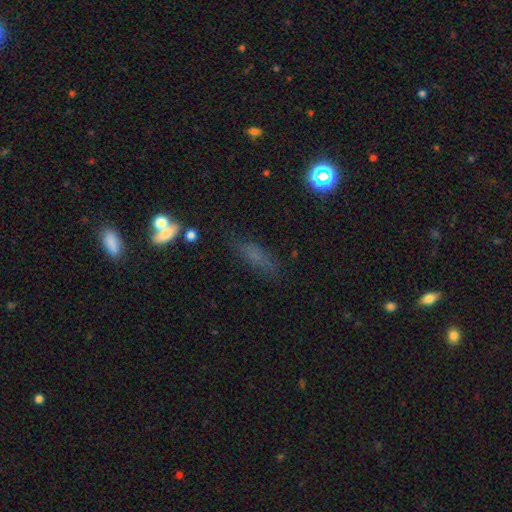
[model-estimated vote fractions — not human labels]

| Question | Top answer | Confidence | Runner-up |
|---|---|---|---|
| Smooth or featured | smooth | 59% | star or artifact (21%) |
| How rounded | cigar-shaped | 53% | in between (41%) |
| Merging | none | 71% | minor disturbance (18%) |